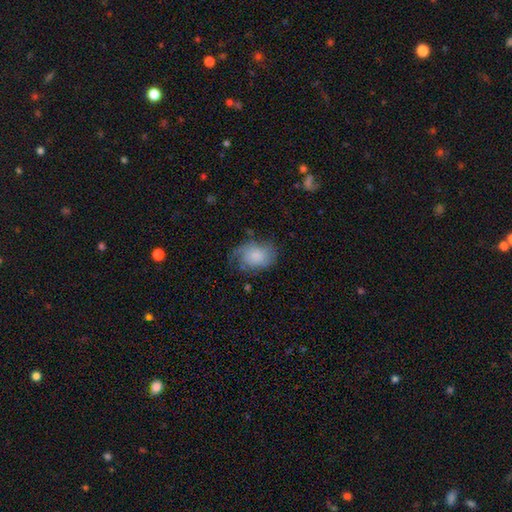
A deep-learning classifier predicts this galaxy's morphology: This appears to be a smooth galaxy with no disk features (60%) that is in between round and cigar-shaped (71%). Merging: none (45%).